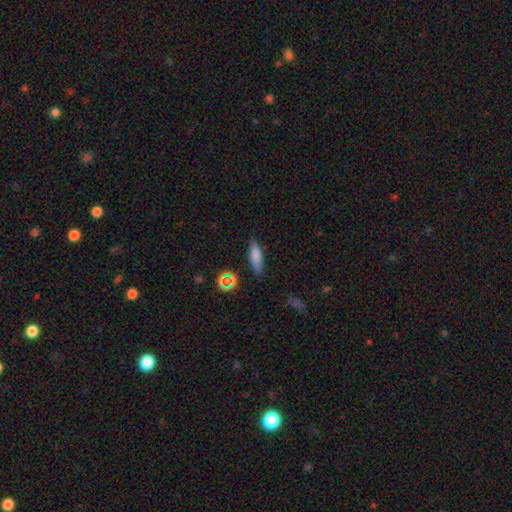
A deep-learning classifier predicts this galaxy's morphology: This is likely a smooth galaxy (78%). How rounded: possibly cigar-shaped (50%). Merging: clearly none (82%).